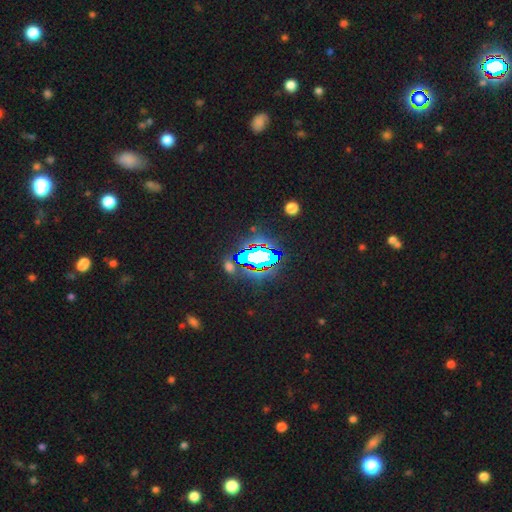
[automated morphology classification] Smooth or featured? star or artifact (65%)